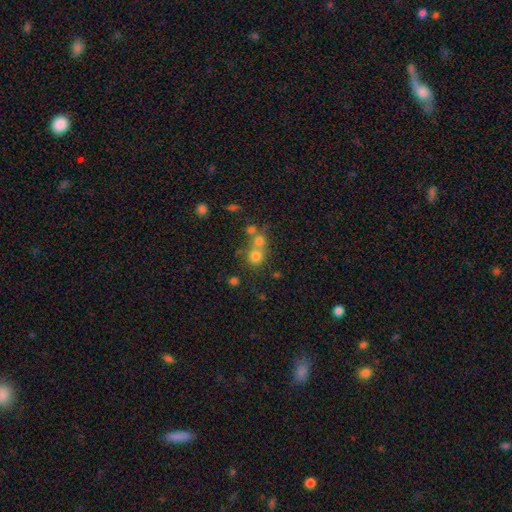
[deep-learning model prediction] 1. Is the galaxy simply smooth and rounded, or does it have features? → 72% smooth, 15% star or artifact, 13% featured or disk.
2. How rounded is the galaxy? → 83% round, 16% in between, 1% cigar-shaped.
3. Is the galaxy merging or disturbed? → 50% merger, 40% none, 7% minor disturbance, 4% major disturbance.